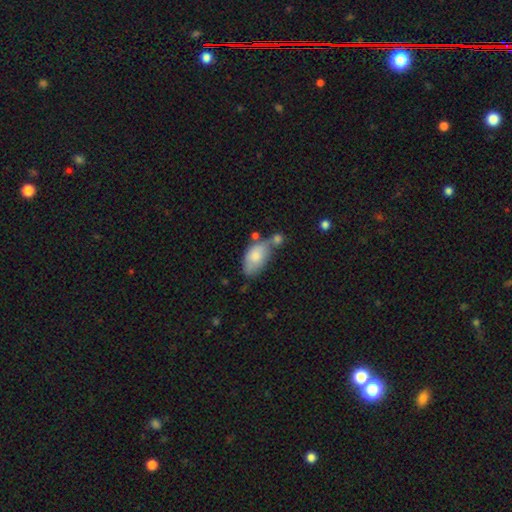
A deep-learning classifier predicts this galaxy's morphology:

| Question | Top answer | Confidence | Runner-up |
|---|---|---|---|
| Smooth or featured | smooth | 77% | featured or disk (17%) |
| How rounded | in between | 92% | round (5%) |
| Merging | none | 38% | merger (27%) |